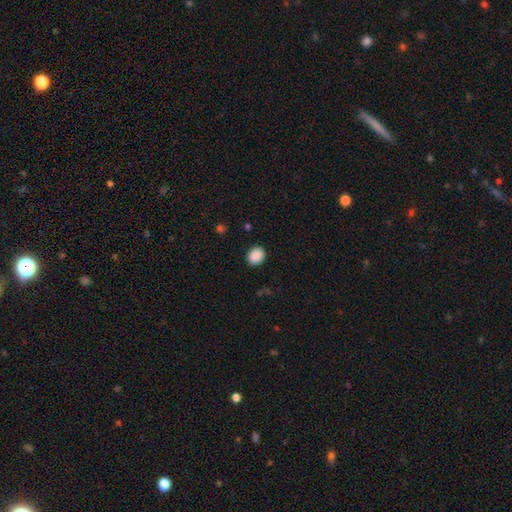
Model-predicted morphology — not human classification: Smooth or featured: smooth — 89% (star or artifact — 8%)
How rounded: round — 61% (in between — 38%)
Merging: none — 89% (minor disturbance — 8%)